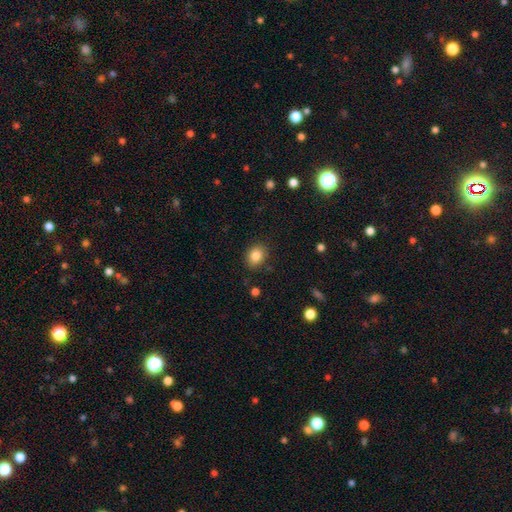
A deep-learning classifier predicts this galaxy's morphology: The model was most divided on "how rounded": in between: 55%, round: 44%, cigar-shaped: 1%. More confident: merging — none (86%); smooth or featured — smooth (85%).